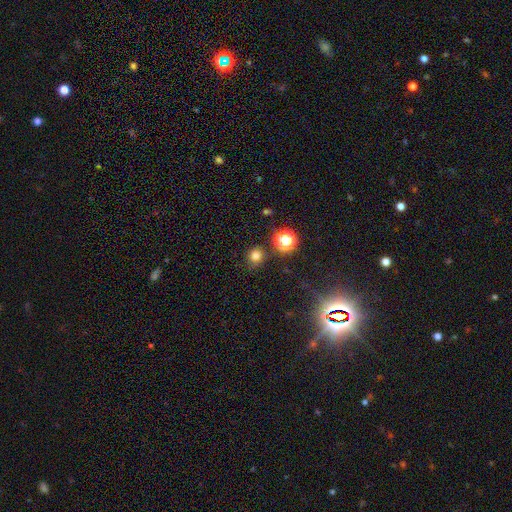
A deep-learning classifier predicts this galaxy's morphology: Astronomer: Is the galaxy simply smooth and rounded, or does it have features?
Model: smooth — 75%.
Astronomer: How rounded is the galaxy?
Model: round — 86%.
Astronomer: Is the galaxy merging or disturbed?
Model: none — 84%.